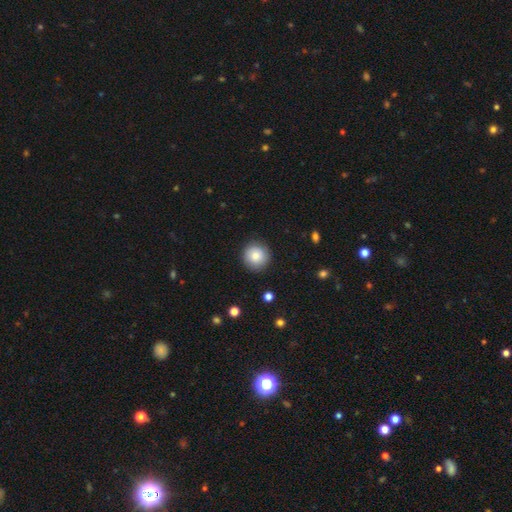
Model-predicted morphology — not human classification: type=smooth (82%); roundness=round (95%); merging=none (90%).